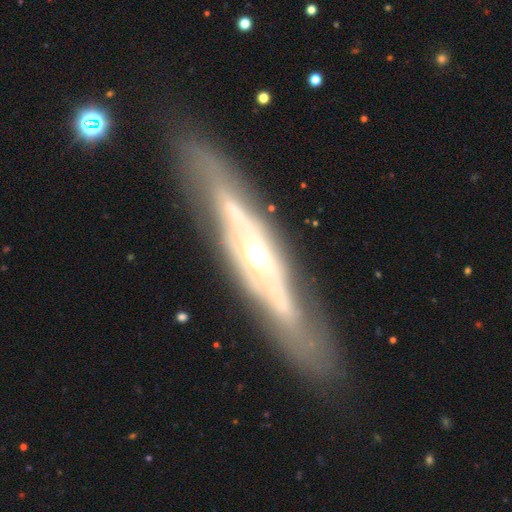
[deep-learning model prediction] Overall: featured or disk (79%). Edge-on disk: yes (59%; no 41%). Merging: none (80%).